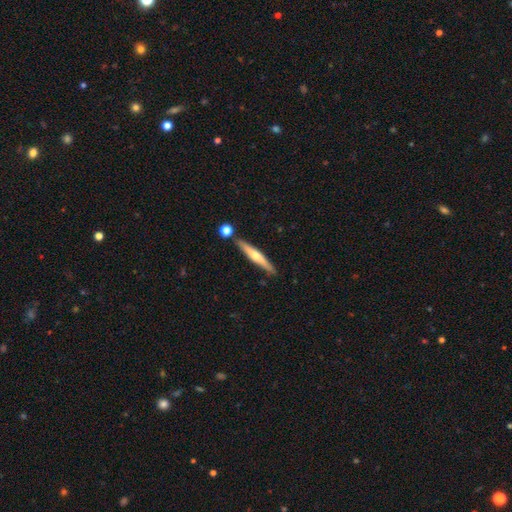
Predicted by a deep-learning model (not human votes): The model was most divided on "smooth or featured": featured or disk: 55%, smooth: 39%, star or artifact: 6%. More confident: edge-on disk — yes (95%); edge-on bulge — rounded (83%); merging — none (83%).